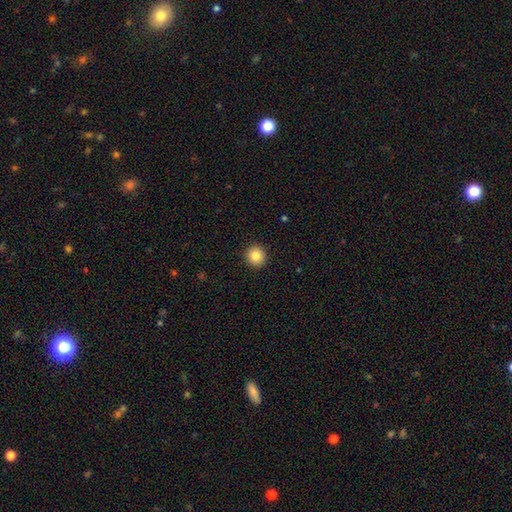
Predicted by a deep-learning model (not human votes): Overall: smooth (86%). How rounded: round (93%). Merging: none (92%).